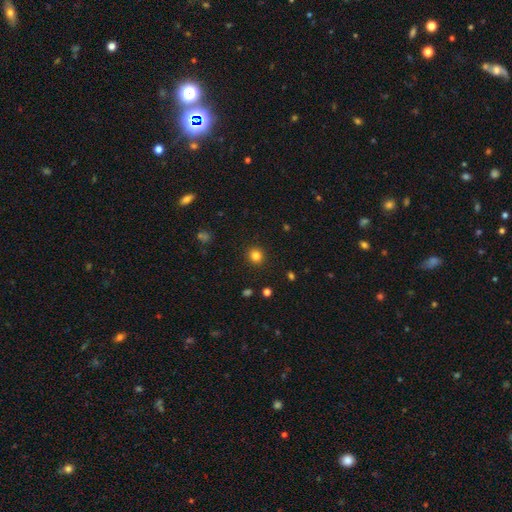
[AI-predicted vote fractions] smooth-or-featured: smooth: 83% | star or artifact: 13% | featured or disk: 5%
  how-rounded: round: 92% | in between: 7% | cigar-shaped: 1%
  merging: none: 92% | minor disturbance: 5% | major disturbance: 2% | merger: 1%